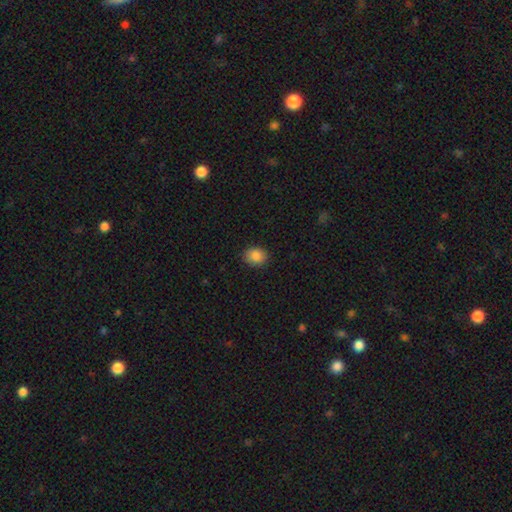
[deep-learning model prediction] Overall: smooth (86%). How rounded: round (56%; in between 43%). Merging: none (89%).